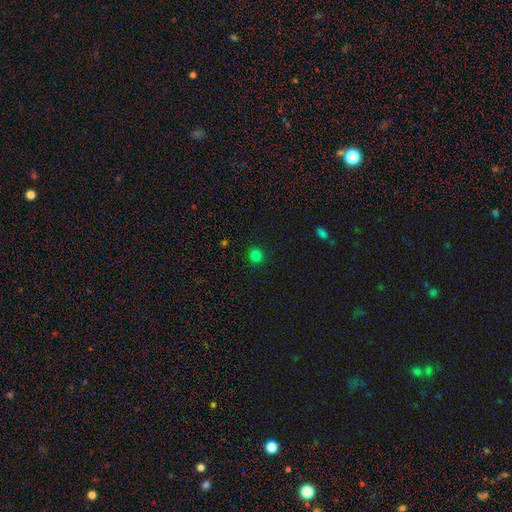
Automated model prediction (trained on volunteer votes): The model was most divided on "smooth or featured": smooth: 81%, star or artifact: 16%, featured or disk: 4%. More confident: how rounded — round (92%); merging — none (91%).